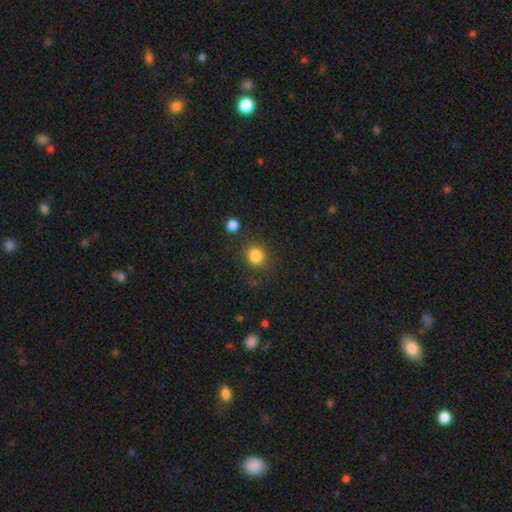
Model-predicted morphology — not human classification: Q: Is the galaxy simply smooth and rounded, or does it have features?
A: smooth — 84%.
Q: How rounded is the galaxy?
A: round — 88%.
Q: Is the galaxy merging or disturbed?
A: none — 83%.